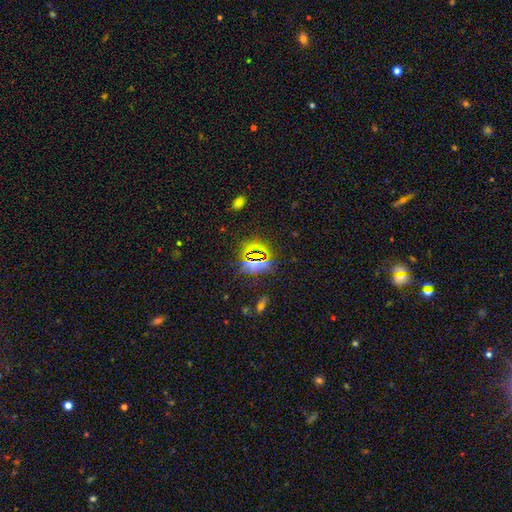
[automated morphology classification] This appears to be a star or artifact, not a galaxy (72%).